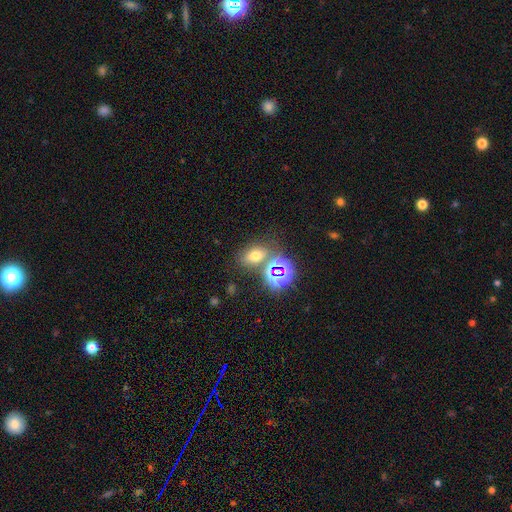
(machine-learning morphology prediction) smooth 58%, star or artifact 31%, featured or disk 11%. Down the decision tree: how rounded — in between (69%); merging — none (65%).